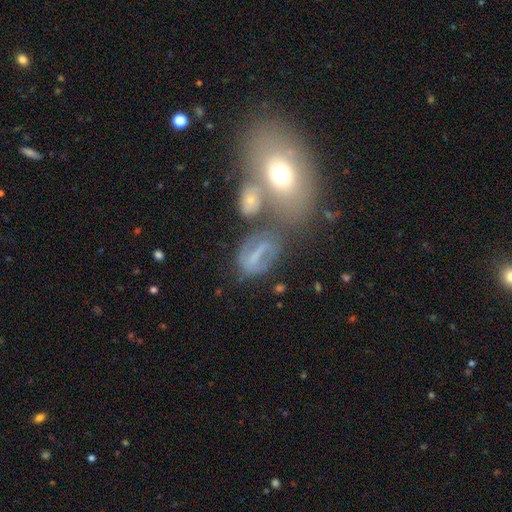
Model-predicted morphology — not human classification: Smooth or featured? featured or disk (59%)
Edge-on disk? no (93%)
Bar? strong (42%)
Spiral arms? yes (63%)
Bulge size? small (44%)
Merging? none (50%)